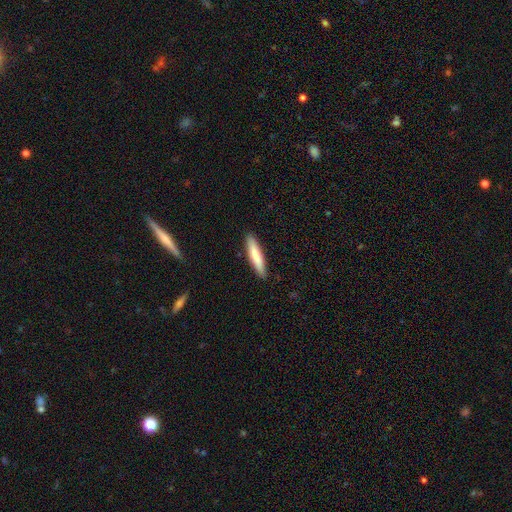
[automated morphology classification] Smooth or featured? smooth (79%)
How rounded? cigar-shaped (86%)
Merging? none (90%)